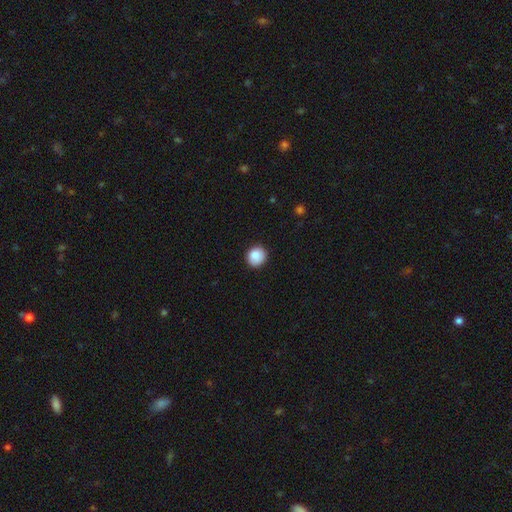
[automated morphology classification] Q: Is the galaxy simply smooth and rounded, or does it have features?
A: smooth — 88%.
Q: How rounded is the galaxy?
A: round — 86%.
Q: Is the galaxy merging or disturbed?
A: none — 88%.